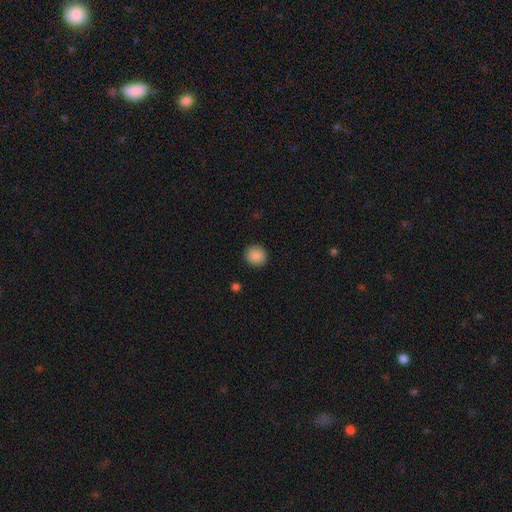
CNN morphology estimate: Smooth or featured?
  - smooth: 88% *
  - star or artifact: 9%
  - featured or disk: 3%
How rounded?
  - round: 87% *
  - in between: 12%
  - cigar-shaped: 1%
Merging?
  - none: 91% *
  - minor disturbance: 6%
  - major disturbance: 2%
  - merger: 1%